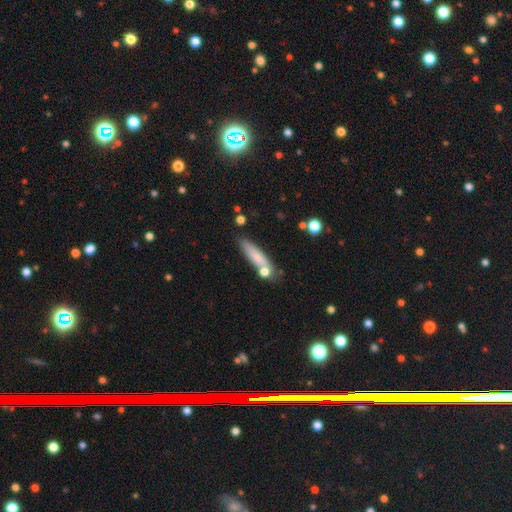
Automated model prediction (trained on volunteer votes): Smooth or featured? Predicted: smooth (p=0.73). How rounded? Predicted: cigar-shaped (p=0.78). Merging? Predicted: none (p=0.69).